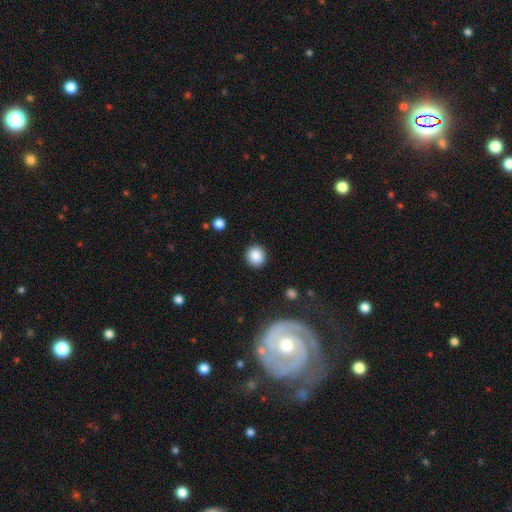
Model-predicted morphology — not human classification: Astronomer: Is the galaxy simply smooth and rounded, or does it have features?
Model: smooth — 87%.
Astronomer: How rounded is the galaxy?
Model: round — 88%.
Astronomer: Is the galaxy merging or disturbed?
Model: none — 90%.